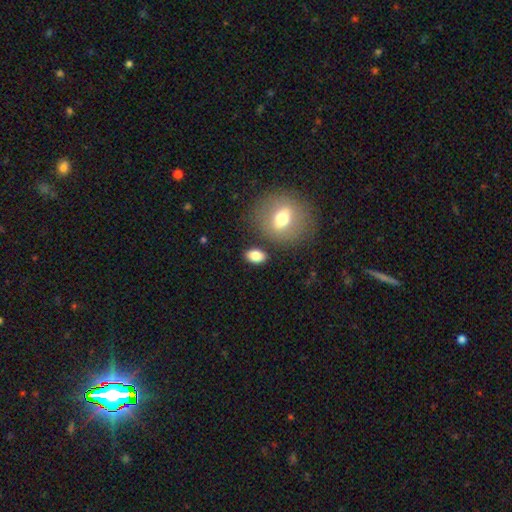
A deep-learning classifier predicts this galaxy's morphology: This is clearly a smooth galaxy (83%). How rounded: clearly in between (84%). Merging: clearly none (81%).